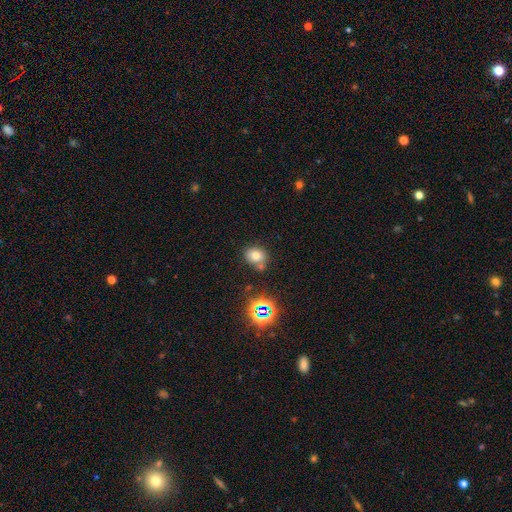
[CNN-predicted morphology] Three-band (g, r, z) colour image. It shows a smooth galaxy with no disk features (70%) that is round (66%). Merging: none (66%).